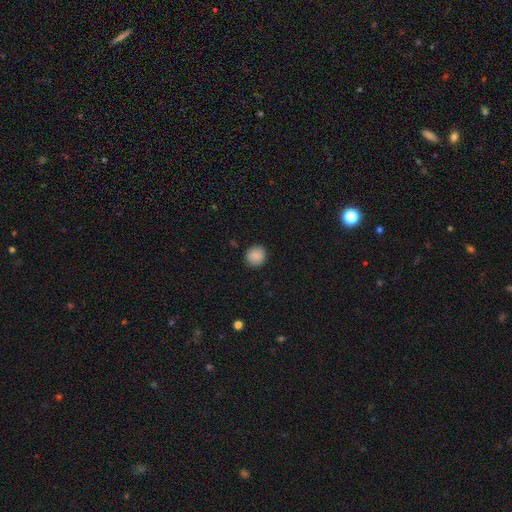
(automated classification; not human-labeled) Smooth or featured? smooth (89%)
How rounded? round (85%)
Merging? none (88%)